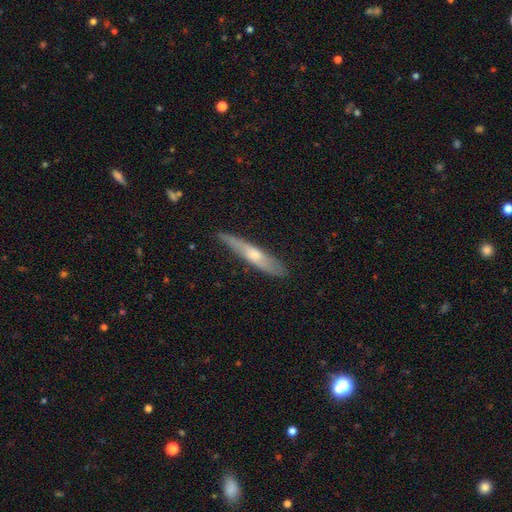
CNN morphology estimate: A featured or disk galaxy (52%) viewed edge-on (86%). Merging: none (79%).